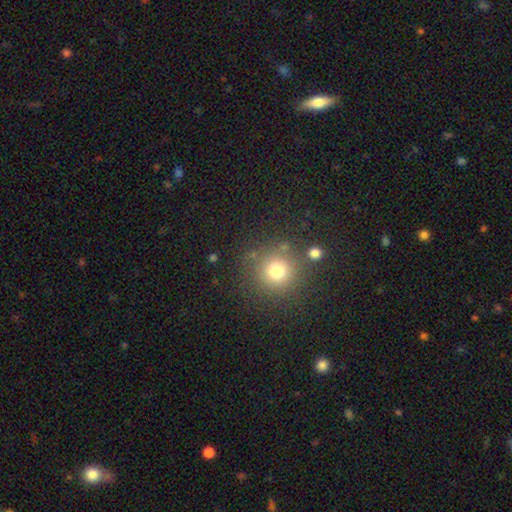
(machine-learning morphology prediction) The model was most divided on "smooth or featured": smooth: 65%, star or artifact: 26%, featured or disk: 9%. More confident: how rounded — round (93%); merging — none (82%).